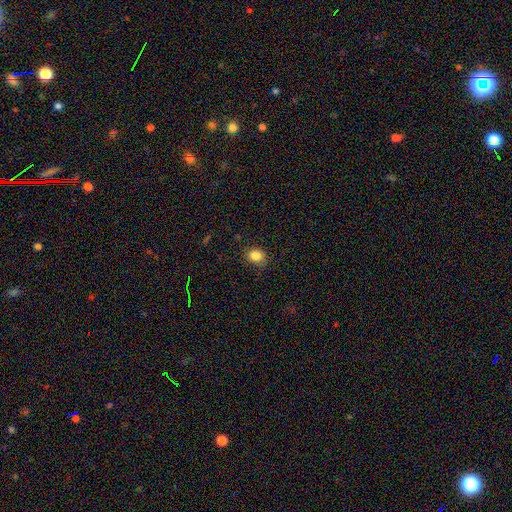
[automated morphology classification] A smooth galaxy with no disk features (85%) that is round (58%). Merging: none (84%).